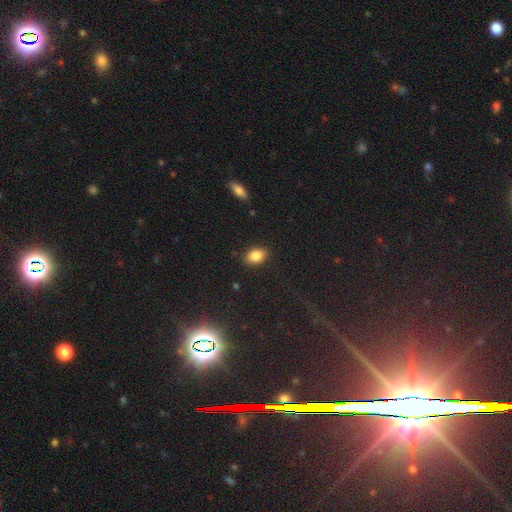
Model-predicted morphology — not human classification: The model was most divided on "how rounded": in between: 83%, round: 16%, cigar-shaped: 1%. More confident: merging — none (87%); smooth or featured — smooth (86%).